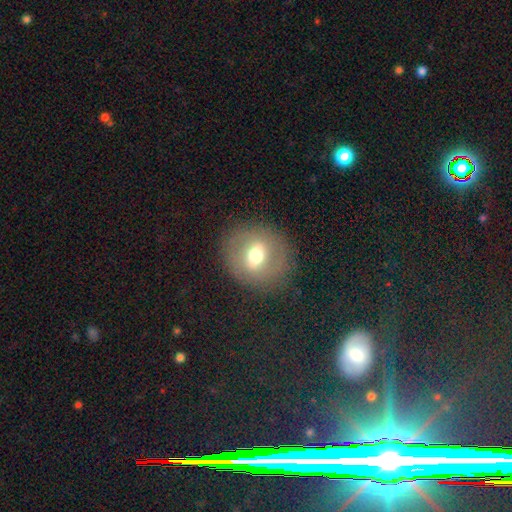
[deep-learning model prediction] Smooth or featured?
  - smooth: 47% *
  - featured or disk: 43%
  - star or artifact: 10%
Merging?
  - none: 83% *
  - minor disturbance: 10%
  - major disturbance: 6%
  - merger: 1%